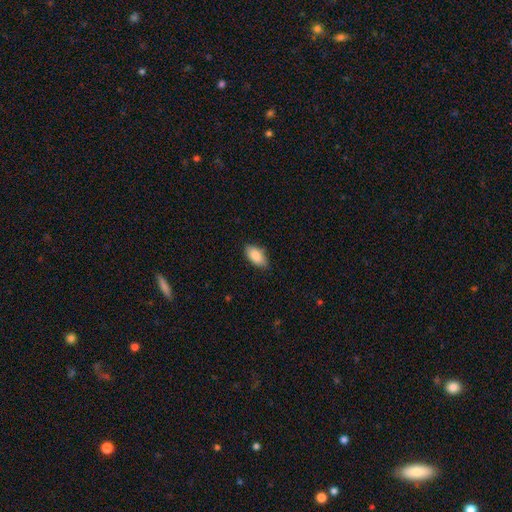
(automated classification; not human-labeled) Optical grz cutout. It shows a smooth galaxy with no disk features (87%) that is in between round and cigar-shaped (92%). Merging: none (82%).